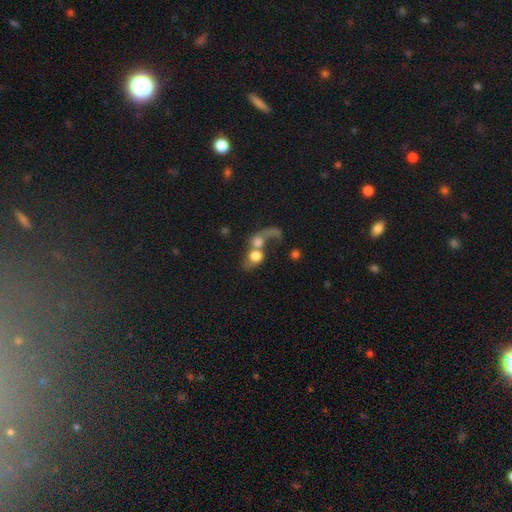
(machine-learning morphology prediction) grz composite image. It shows a smooth galaxy with no disk features (55%) that is round (60%). Merging: merger (69%).